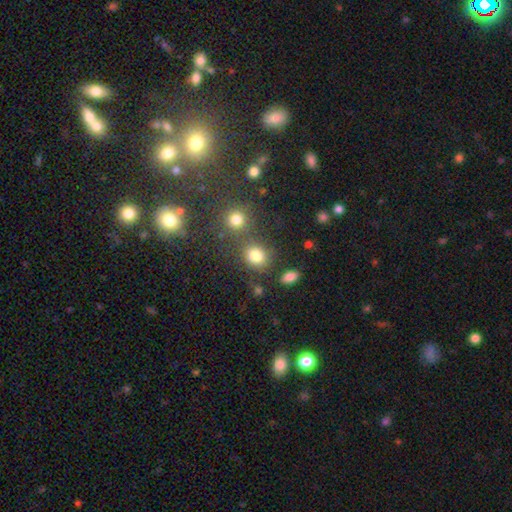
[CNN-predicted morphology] A smooth galaxy with no disk features (79%) that is round (66%). Merging: none (63%).